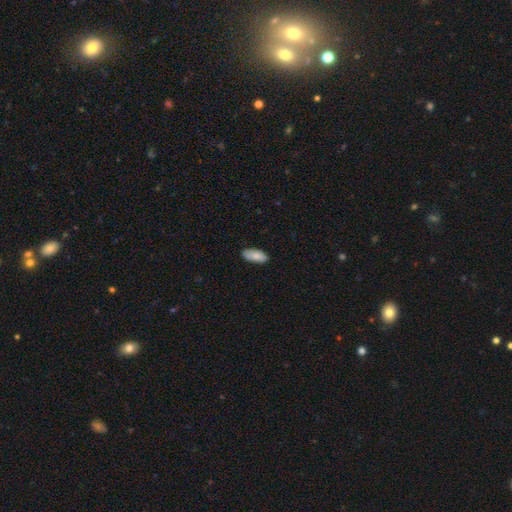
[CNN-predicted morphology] smooth-or-featured: smooth: 85% | featured or disk: 9% | star or artifact: 6%
  how-rounded: in between: 90% | cigar-shaped: 8% | round: 2%
  merging: none: 85% | minor disturbance: 12% | major disturbance: 2% | merger: 1%